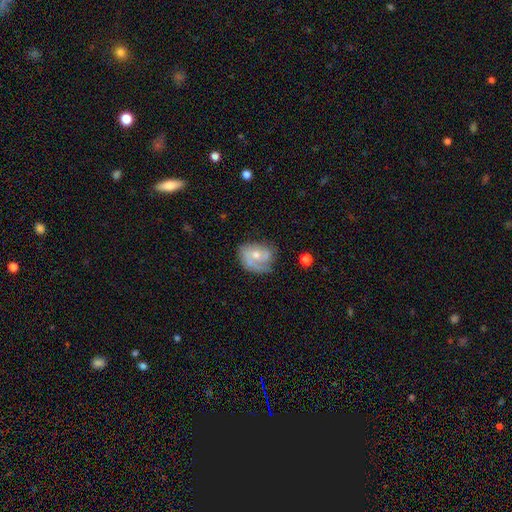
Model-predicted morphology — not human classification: Smooth or featured: featured or disk — 69% (smooth — 24%)
Edge-on disk: no — 97% (yes — 3%)
Bar: no — 69% (weak — 27%)
Spiral arms: yes — 87% (no — 13%)
Spiral winding: tight — 41% (medium — 39%)
Spiral arm count: 1 — 38% (2 — 37%)
Bulge size: moderate — 56% (small — 37%)
Merging: none — 55% (minor disturbance — 26%)